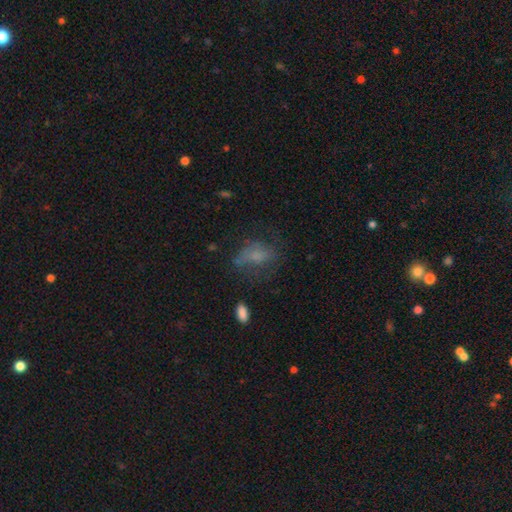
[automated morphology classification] smooth-or-featured: smooth: 52% | featured or disk: 32% | star or artifact: 16%
  how-rounded: in between: 76% | round: 18% | cigar-shaped: 6%
  merging: none: 45% | major disturbance: 28% | minor disturbance: 24% | merger: 3%